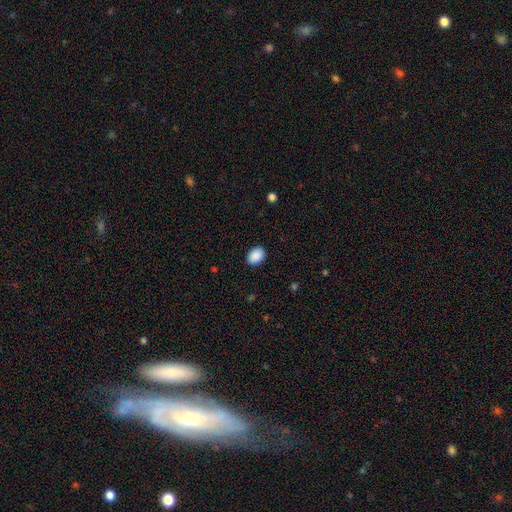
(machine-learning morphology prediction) This appears to be a smooth galaxy with no disk features (91%) that is in between round and cigar-shaped (78%). Merging: none (89%).